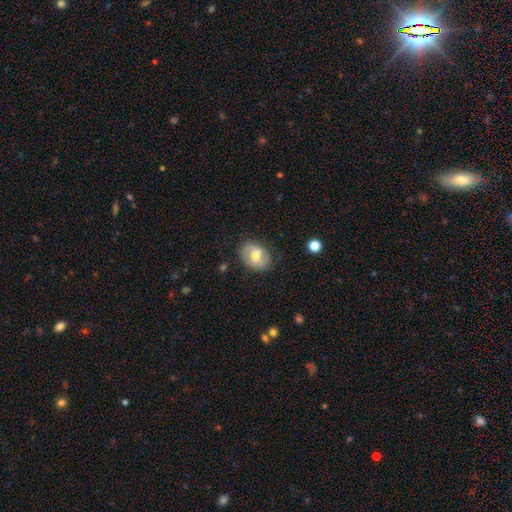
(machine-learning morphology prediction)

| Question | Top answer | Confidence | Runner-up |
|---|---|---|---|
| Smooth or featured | featured or disk | 47% | smooth (46%) |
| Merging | none | 78% | minor disturbance (16%) |